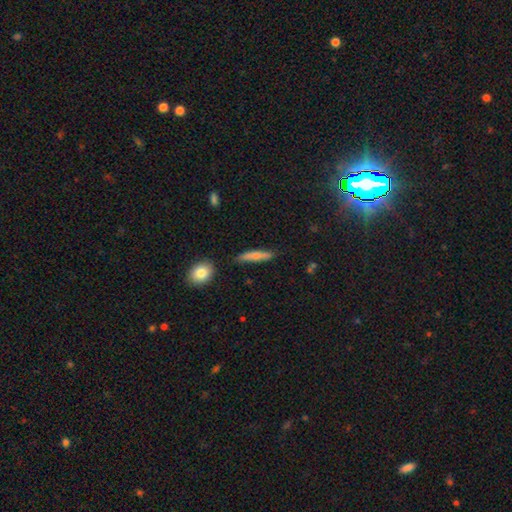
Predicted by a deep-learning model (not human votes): A smooth galaxy with no disk features (69%) that is cigar-shaped (84%). Merging: none (81%).